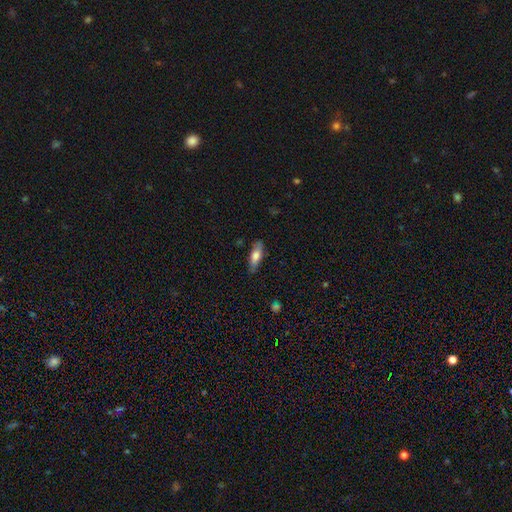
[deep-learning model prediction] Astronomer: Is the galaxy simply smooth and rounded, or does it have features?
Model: smooth — 68%.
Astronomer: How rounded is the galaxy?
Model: in between — 57% (runner-up: cigar-shaped, 40%).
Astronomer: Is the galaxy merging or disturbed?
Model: none — 81%.